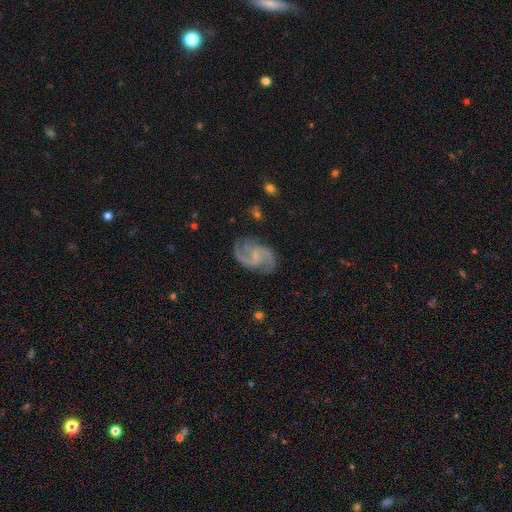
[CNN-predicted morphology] Smooth or featured? featured or disk (89%)
Edge-on disk? no (98%)
Bar? weak (47%)
Spiral arms? yes (98%)
Spiral winding? medium (55%)
Spiral arm count? 2 (85%)
Bulge size? small (57%)
Merging? none (78%)